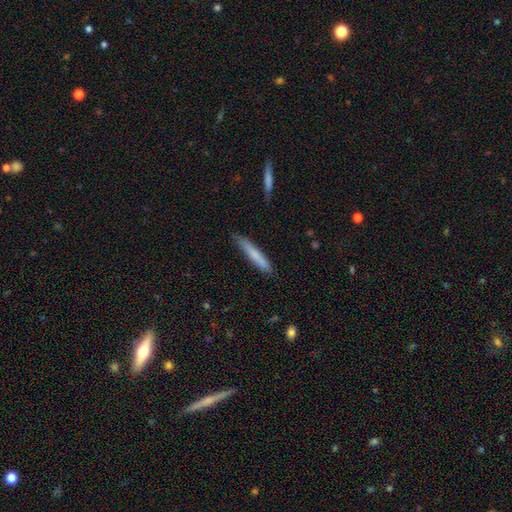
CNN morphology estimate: The model was most divided on "smooth or featured": smooth: 72%, featured or disk: 22%, star or artifact: 6%. More confident: how rounded — cigar-shaped (94%); merging — none (82%).